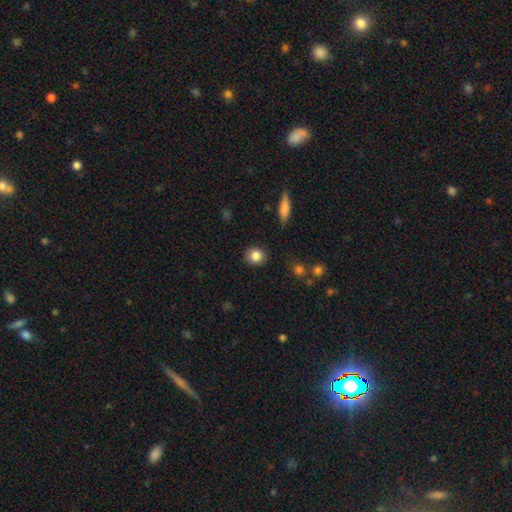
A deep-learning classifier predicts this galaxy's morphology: Smooth or featured? Predicted: smooth (p=0.85). How rounded? Predicted: round (p=0.83). Merging? Predicted: none (p=0.89).